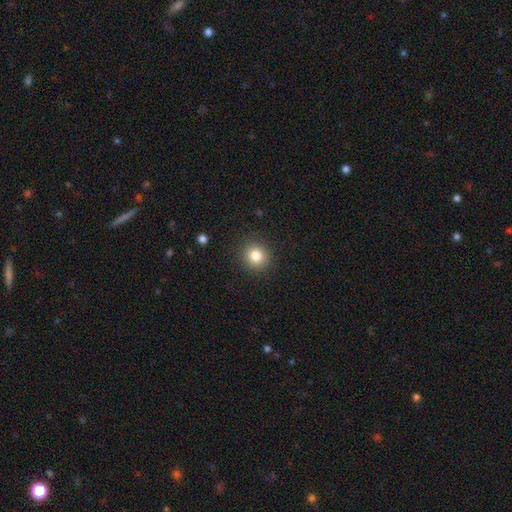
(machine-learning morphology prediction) Q: Smooth or featured?
A: smooth (81%); runner-up: star or artifact (12%)
Q: How rounded?
A: round (90%); runner-up: in between (9%)
Q: Merging?
A: none (91%); runner-up: minor disturbance (6%)